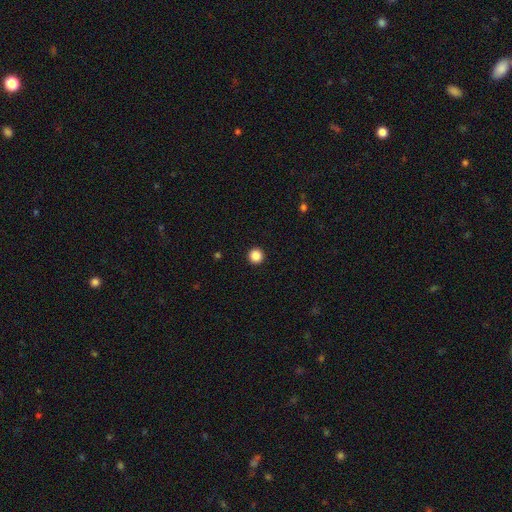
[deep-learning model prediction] This is clearly a smooth galaxy (88%). How rounded: clearly round (96%). Merging: clearly none (94%).